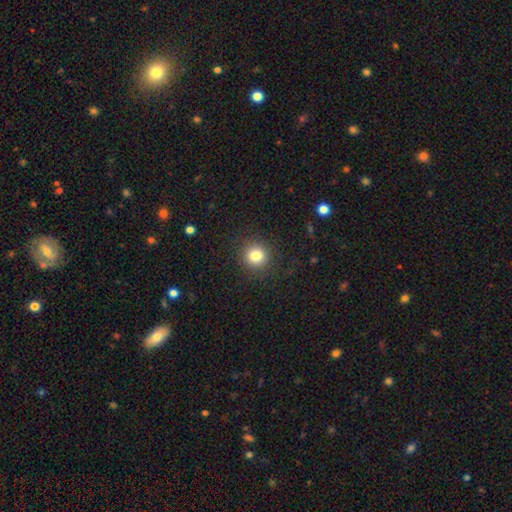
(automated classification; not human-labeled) smooth_or_featured: smooth (p=0.81) [alt: star or artifact p=0.12]
how_rounded: round (p=0.93) [alt: in between p=0.06]
merging: none (p=0.90) [alt: minor disturbance p=0.06]